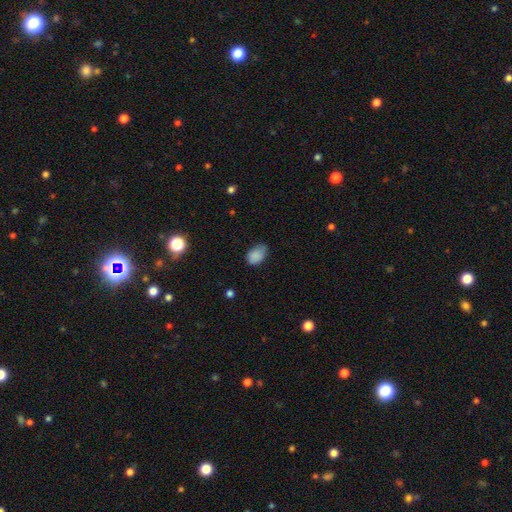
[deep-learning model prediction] A smooth galaxy with no disk features (86%) that is in between round and cigar-shaped (85%).

Vote fractions:
- Smooth or featured? smooth: 86% / star or artifact: 9% / featured or disk: 5%
- How rounded? in between: 85% / round: 14% / cigar-shaped: 1%
- Merging? none: 58% / minor disturbance: 34% / major disturbance: 6% / merger: 2%